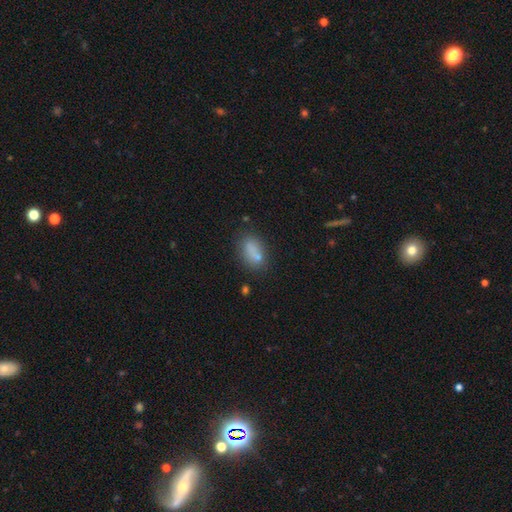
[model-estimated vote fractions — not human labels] Overall: smooth (77%). How rounded: in between (82%). Merging: none (70%).